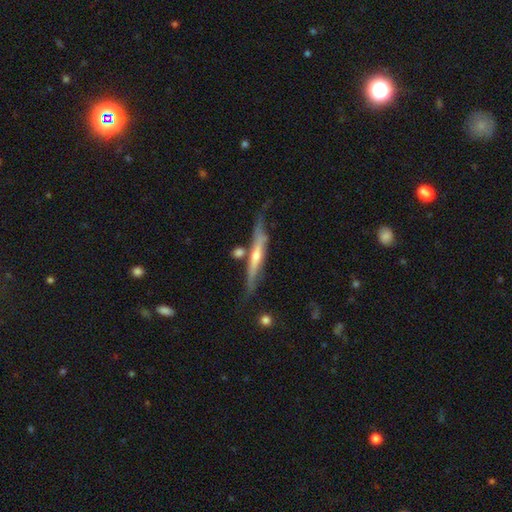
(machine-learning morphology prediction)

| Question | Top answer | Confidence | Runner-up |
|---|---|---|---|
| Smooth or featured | featured or disk | 69% | smooth (26%) |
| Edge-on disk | yes | 89% | no (11%) |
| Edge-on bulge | rounded | 64% | none (29%) |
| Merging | none | 57% | minor disturbance (24%) |